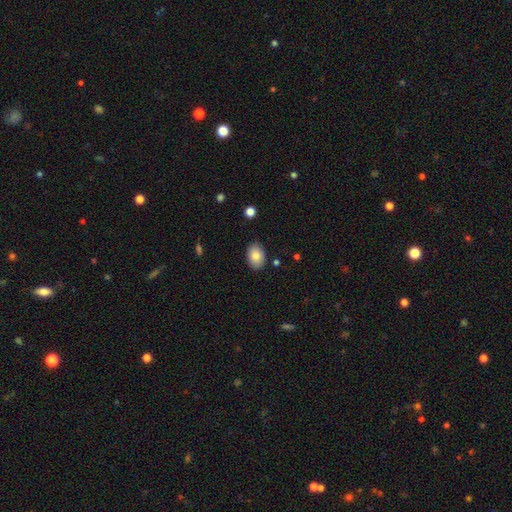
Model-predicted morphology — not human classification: smooth-or-featured: smooth: 82% | featured or disk: 10% | star or artifact: 7%
  how-rounded: in between: 84% | round: 15% | cigar-shaped: 1%
  merging: none: 86% | minor disturbance: 10% | major disturbance: 2% | merger: 1%